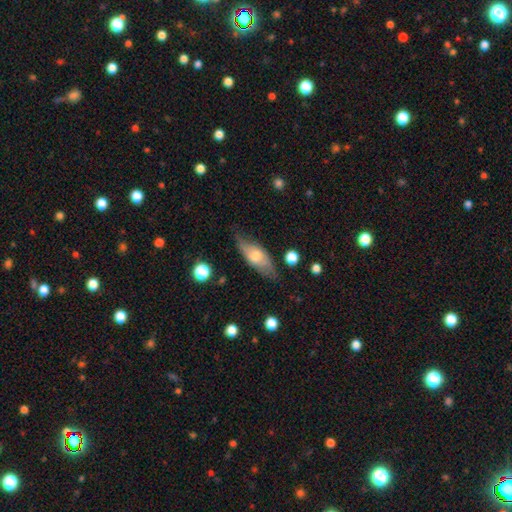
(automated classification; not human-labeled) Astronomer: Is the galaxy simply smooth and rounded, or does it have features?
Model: smooth — 51% (runner-up: featured or disk, 42%).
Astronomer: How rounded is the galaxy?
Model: in between — 73%.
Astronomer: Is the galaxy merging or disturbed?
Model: none — 67%.